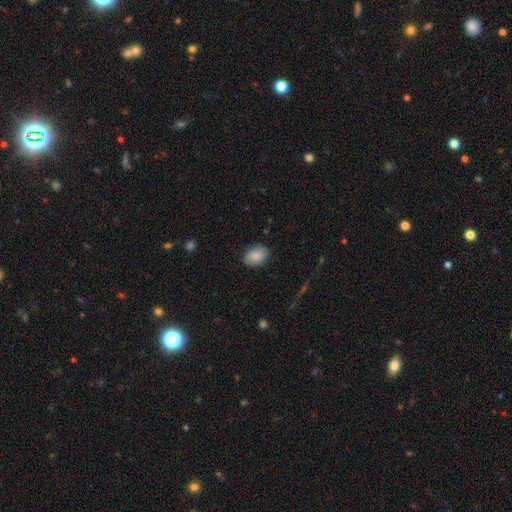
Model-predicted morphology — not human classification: This appears to be a smooth galaxy with no disk features (87%) that is in between round and cigar-shaped (80%). Merging: none (84%).